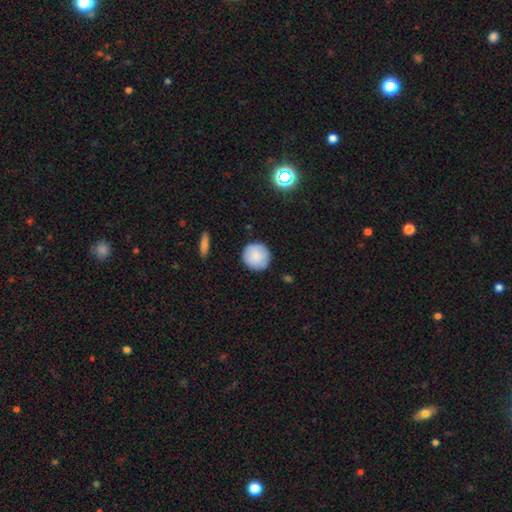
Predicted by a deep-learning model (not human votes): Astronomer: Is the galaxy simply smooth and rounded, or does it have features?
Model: smooth — 84%.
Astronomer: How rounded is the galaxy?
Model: round — 94%.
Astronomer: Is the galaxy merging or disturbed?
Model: none — 86%.